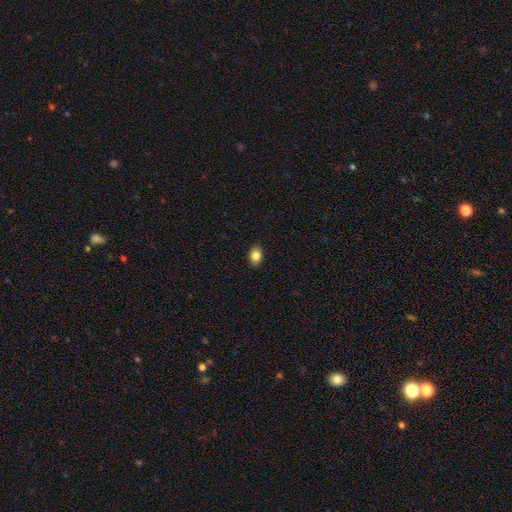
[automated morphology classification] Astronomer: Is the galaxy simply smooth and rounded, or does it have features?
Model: smooth — 84%.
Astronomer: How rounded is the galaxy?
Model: in between — 63%.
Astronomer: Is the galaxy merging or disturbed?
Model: none — 89%.